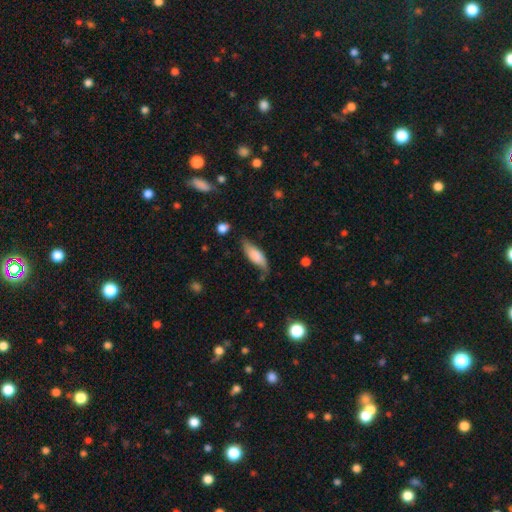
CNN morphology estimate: Overall: smooth (71%). How rounded: in between (69%). Merging: none (56%; minor disturbance 32%).